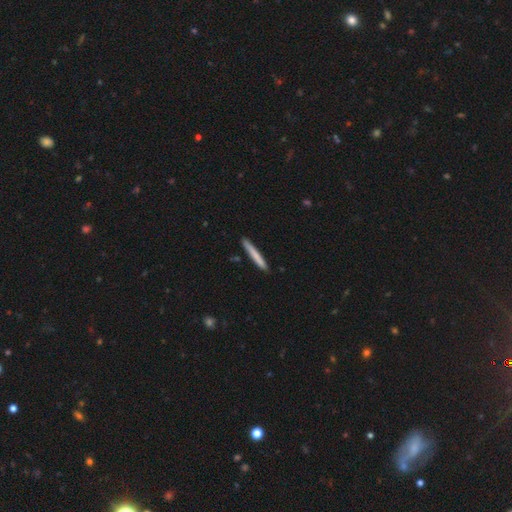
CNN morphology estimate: A smooth galaxy with no disk features (74%) that is cigar-shaped (96%).

Vote fractions:
- Smooth or featured? smooth: 74% / featured or disk: 21% / star or artifact: 5%
- How rounded? cigar-shaped: 96% / in between: 2% / round: 1%
- Merging? none: 89% / minor disturbance: 8% / merger: 1% / major disturbance: 1%